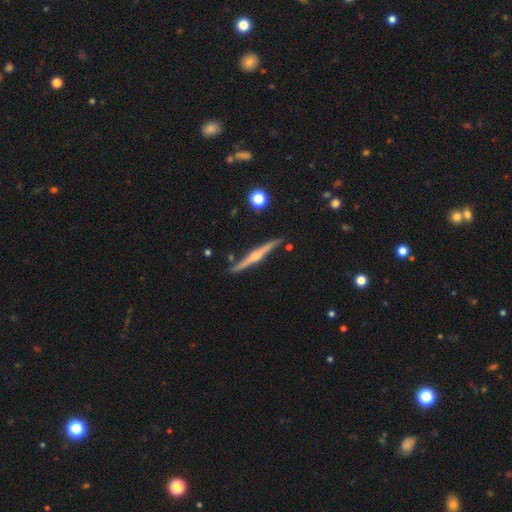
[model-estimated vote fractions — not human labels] Smooth or featured?
  - featured or disk: 81% *
  - smooth: 13%
  - star or artifact: 5%
Edge-on disk?
  - yes: 98% *
  - no: 2%
Edge-on bulge?
  - rounded: 90% *
  - none: 5%
  - boxy: 5%
Merging?
  - none: 88% *
  - minor disturbance: 8%
  - merger: 2%
  - major disturbance: 2%